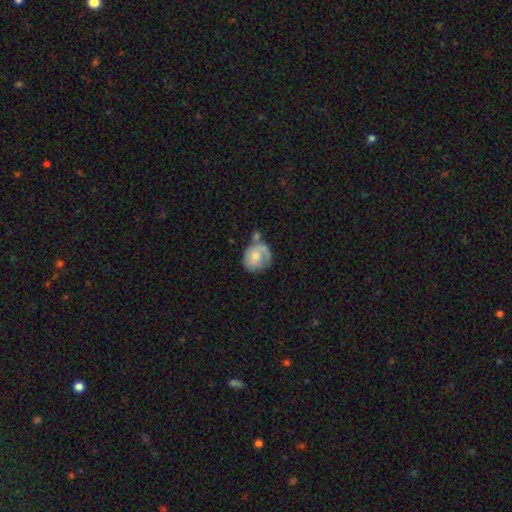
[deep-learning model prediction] This appears to be a featured or disk galaxy (50%). Merging: none (45%).